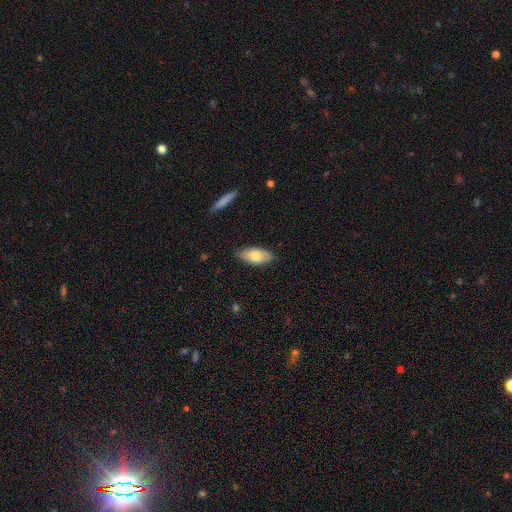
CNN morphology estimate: Smooth or featured? Predicted: smooth (p=0.75). How rounded? Predicted: in between (p=0.89). Merging? Predicted: none (p=0.84).